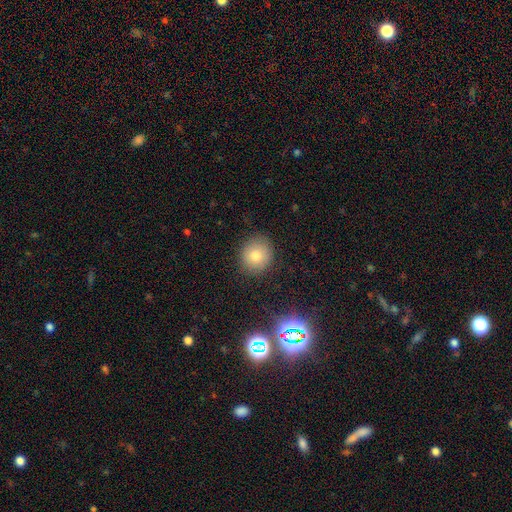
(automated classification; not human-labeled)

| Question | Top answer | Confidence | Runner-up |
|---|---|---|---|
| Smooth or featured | smooth | 75% | star or artifact (15%) |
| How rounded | round | 83% | in between (16%) |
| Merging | none | 87% | minor disturbance (9%) |